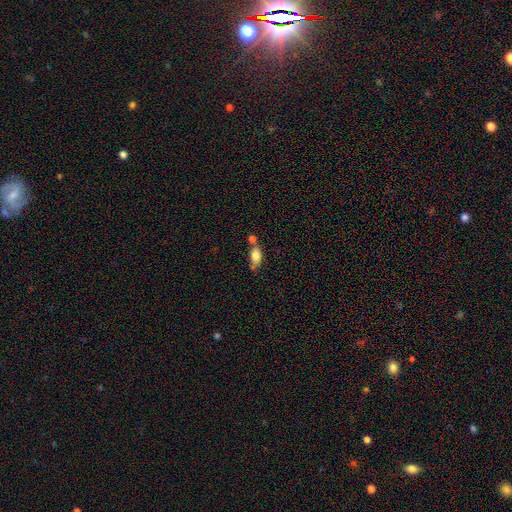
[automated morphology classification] A smooth galaxy with no disk features (78%) that is in between round and cigar-shaped (85%). Merging: none (49%).